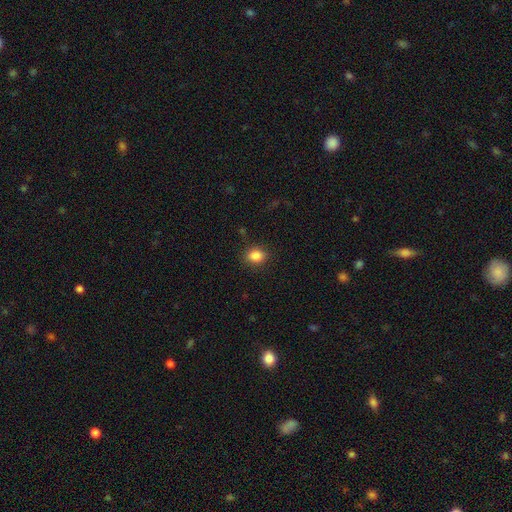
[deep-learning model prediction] Smooth or featured? Predicted: smooth (p=0.86). How rounded? Predicted: in between (p=0.60). Merging? Predicted: none (p=0.87).